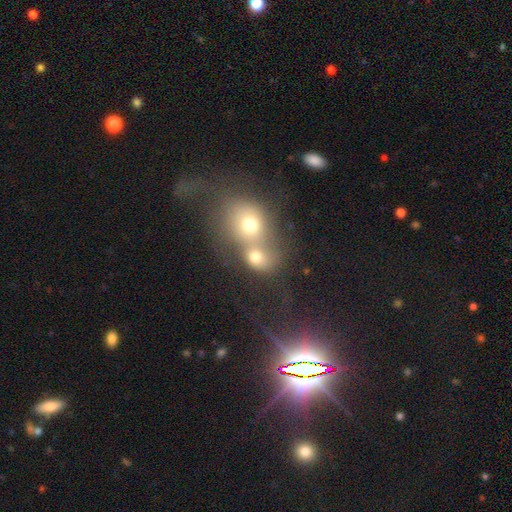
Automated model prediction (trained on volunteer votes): Q: Smooth or featured?
A: smooth (58%); runner-up: star or artifact (22%)
Q: How rounded?
A: round (63%); runner-up: in between (36%)
Q: Merging?
A: merger (70%); runner-up: none (20%)